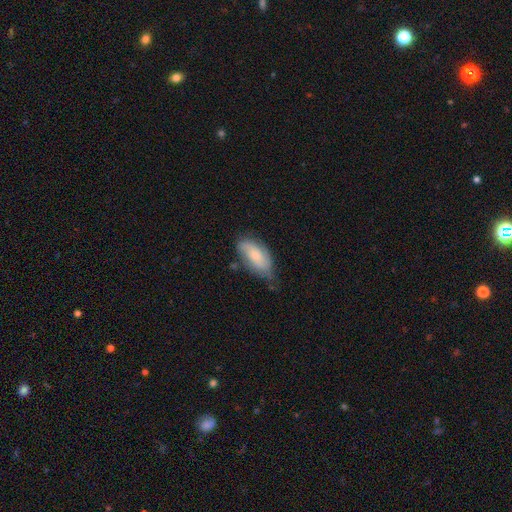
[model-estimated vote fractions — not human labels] Q: Smooth or featured?
A: smooth (63%); runner-up: featured or disk (31%)
Q: How rounded?
A: in between (89%); runner-up: cigar-shaped (9%)
Q: Merging?
A: none (54%); runner-up: minor disturbance (34%)